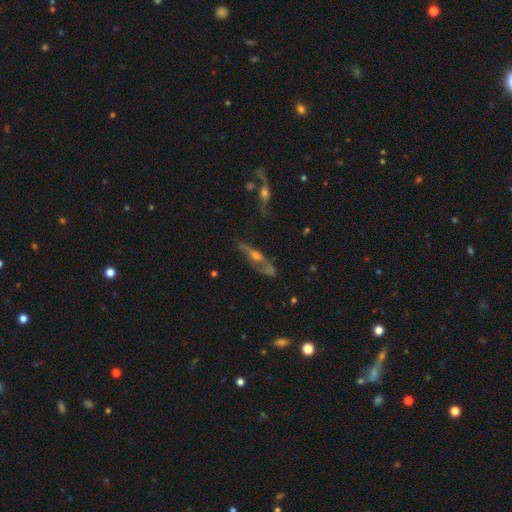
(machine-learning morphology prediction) featured or disk 61%, smooth 23%, star or artifact 16%. Down the decision tree: edge-on disk — yes (60%); merging — none (46%).